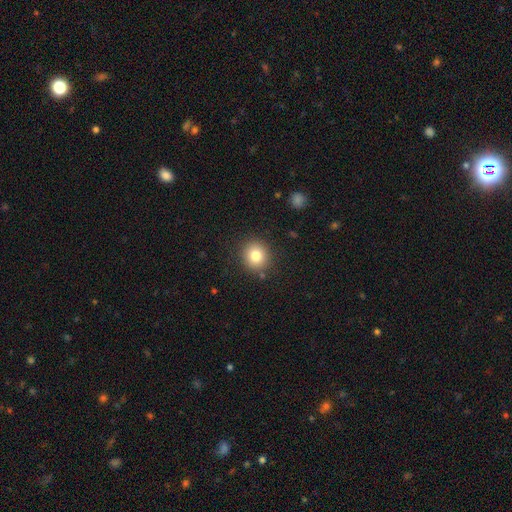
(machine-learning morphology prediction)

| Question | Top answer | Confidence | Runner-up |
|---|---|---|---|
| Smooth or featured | smooth | 80% | star or artifact (11%) |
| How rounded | round | 86% | in between (13%) |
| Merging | none | 88% | minor disturbance (8%) |